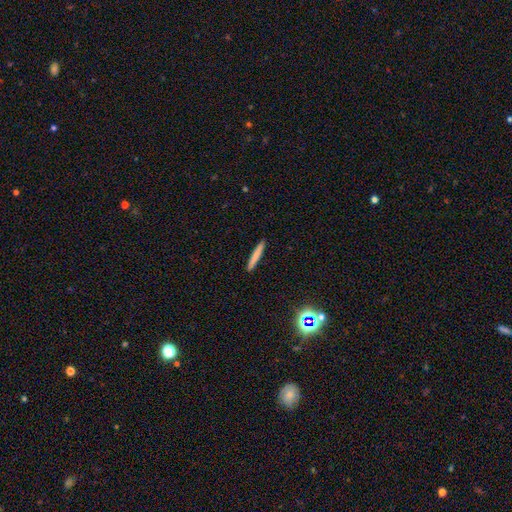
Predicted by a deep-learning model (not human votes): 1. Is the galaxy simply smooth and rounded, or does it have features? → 78% smooth, 15% featured or disk, 7% star or artifact.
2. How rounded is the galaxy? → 96% cigar-shaped, 3% in between, 1% round.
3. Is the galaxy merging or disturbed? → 92% none, 5% minor disturbance, 1% major disturbance, 1% merger.